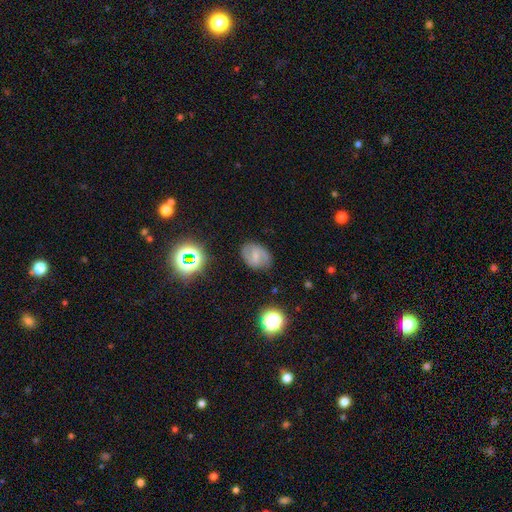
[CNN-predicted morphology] A featured or disk galaxy (58%) with a weak bar (51%), spiral arms (82%) and a small central bulge (62%).

Vote fractions:
- Smooth or featured? featured or disk: 58% / smooth: 30% / star or artifact: 12%
- Edge-on disk? no: 96% / yes: 4%
- Bar? weak: 51% / strong: 30% / no: 19%
- Spiral arms? yes: 82% / no: 18%
- Bulge size? small: 62% / moderate: 25% / none: 11% / large: 1% / dominant: 1%
- Merging? none: 79% / minor disturbance: 15% / major disturbance: 4% / merger: 2%